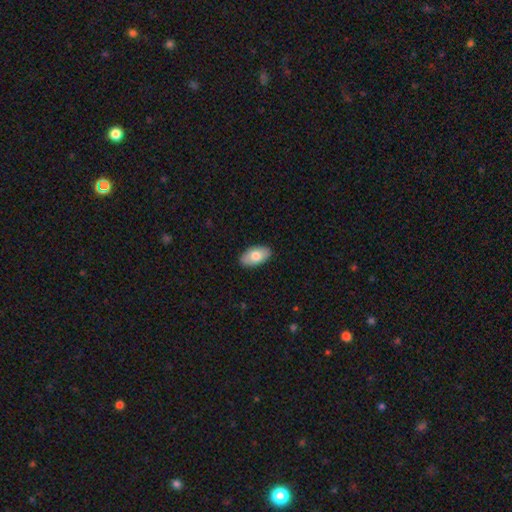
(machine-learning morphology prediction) type=smooth (76%); roundness=in between (95%); merging=none (88%).